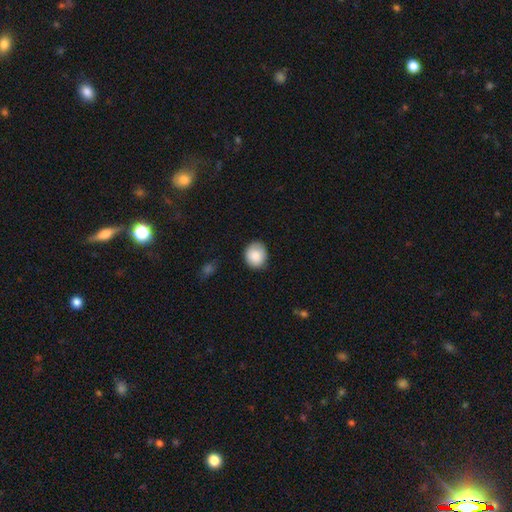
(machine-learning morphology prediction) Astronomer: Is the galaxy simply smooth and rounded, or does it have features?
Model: smooth — 86%.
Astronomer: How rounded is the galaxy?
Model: round — 69%.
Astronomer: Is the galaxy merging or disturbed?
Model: none — 76%.